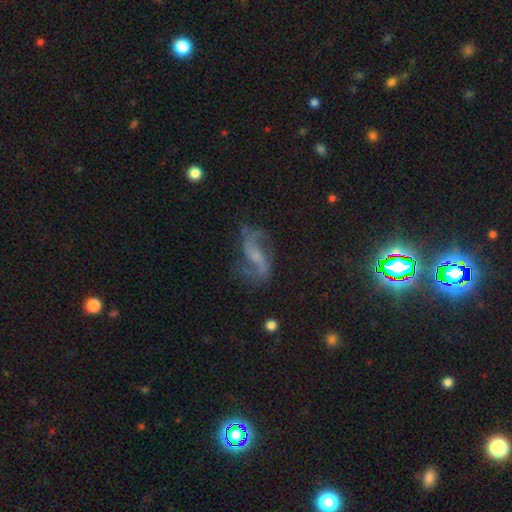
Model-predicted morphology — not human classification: smooth_or_featured: featured or disk (p=0.79) [alt: star or artifact p=0.11]
disk_edge_on: no (p=0.95) [alt: yes p=0.05]
bar: weak (p=0.44) [alt: no p=0.37]
has_spiral_arms: yes (p=0.93) [alt: no p=0.07]
spiral_winding: loose (p=0.70) [alt: medium p=0.24]
spiral_arm_count: 2 (p=0.86) [alt: can't tell p=0.05]
bulge_size: small (p=0.43) [alt: none p=0.33]
merging: none (p=0.64) [alt: minor disturbance p=0.18]